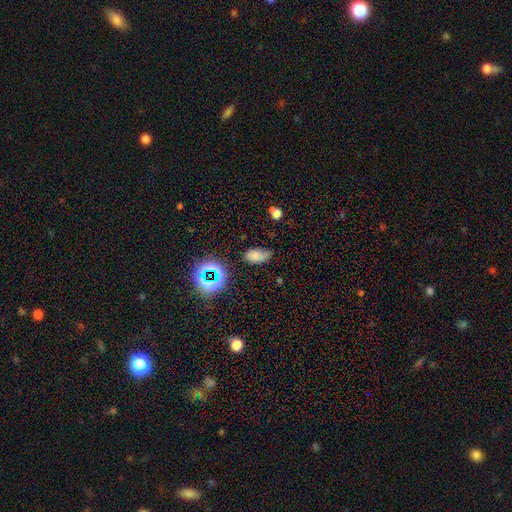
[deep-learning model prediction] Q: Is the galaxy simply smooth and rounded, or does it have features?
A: smooth — 68%.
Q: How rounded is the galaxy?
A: in between — 91%.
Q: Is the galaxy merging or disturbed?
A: none — 57%.